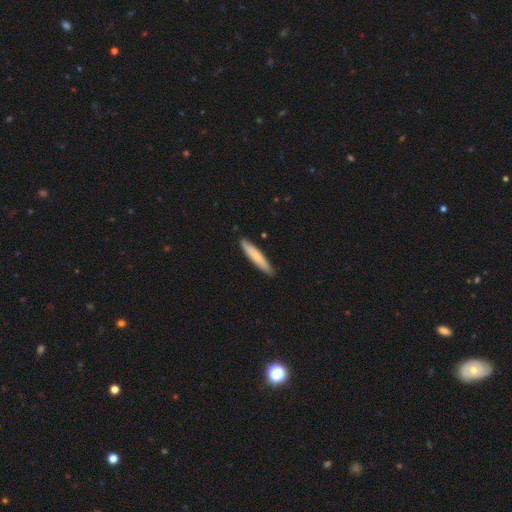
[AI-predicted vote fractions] This appears to be a smooth galaxy with no disk features (73%) that is cigar-shaped (90%). Merging: none (88%).